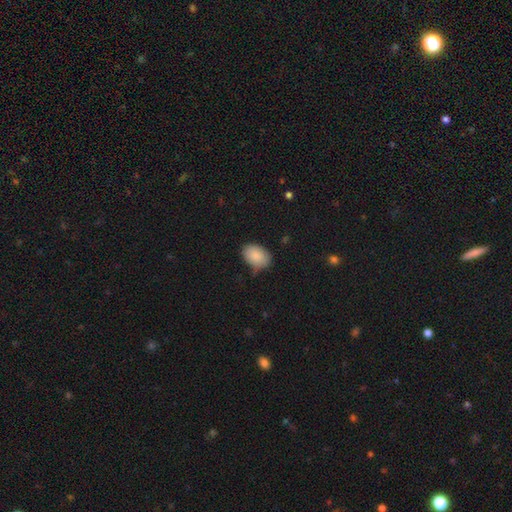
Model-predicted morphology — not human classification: The model was most divided on "merging": none: 70%, minor disturbance: 23%, major disturbance: 4%, merger: 2%. More confident: smooth or featured — smooth (87%); how rounded — in between (85%).